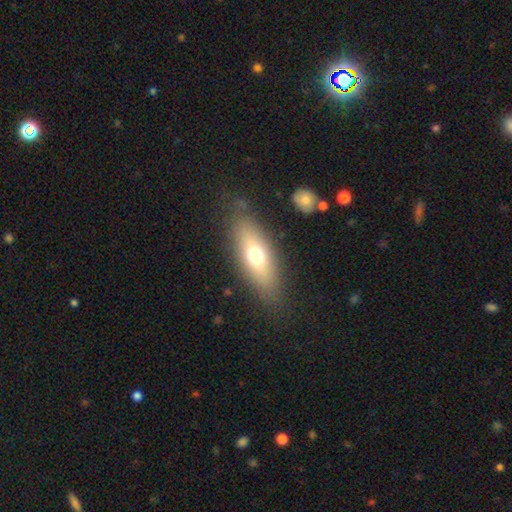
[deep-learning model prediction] Q: Smooth or featured?
A: smooth (64%); runner-up: featured or disk (27%)
Q: How rounded?
A: in between (68%); runner-up: cigar-shaped (26%)
Q: Merging?
A: none (81%); runner-up: minor disturbance (12%)